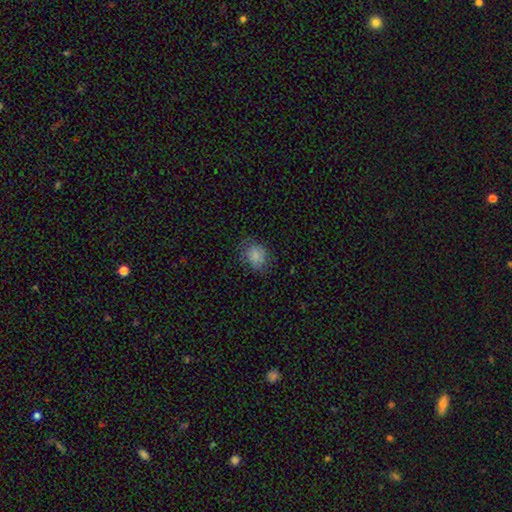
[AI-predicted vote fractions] Overall: smooth (80%). How rounded: round (59%; in between 40%). Merging: none (68%).